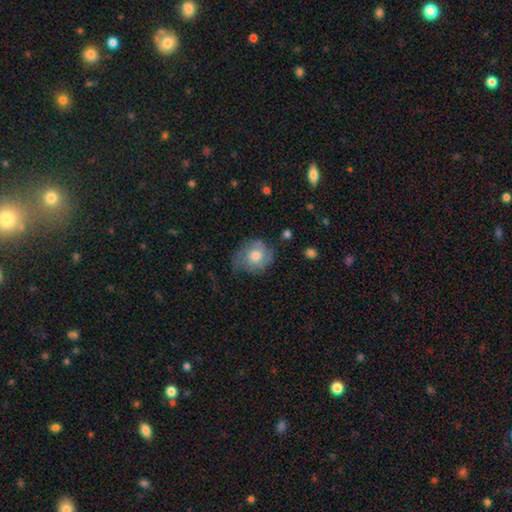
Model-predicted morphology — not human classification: This is likely a smooth galaxy (64%). How rounded: likely round (75%). Merging: possibly none (50%).